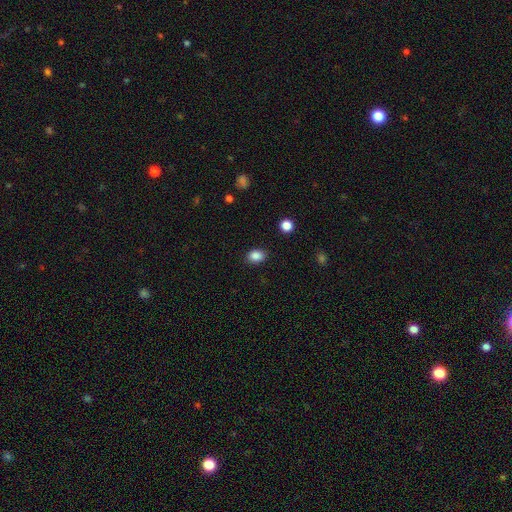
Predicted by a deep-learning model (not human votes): Smooth or featured? smooth (87%)
How rounded? in between (73%)
Merging? none (87%)